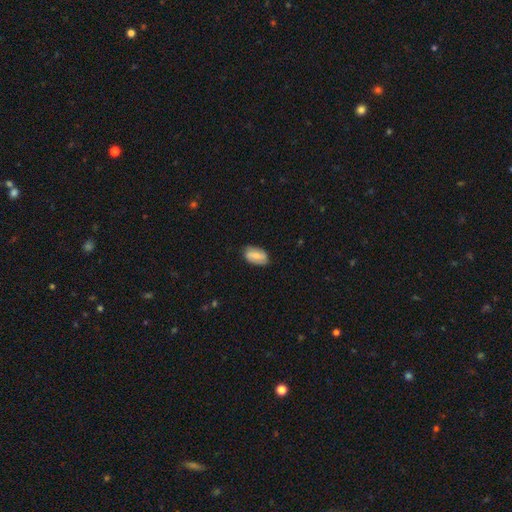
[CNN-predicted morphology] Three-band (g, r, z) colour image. It shows a smooth galaxy with no disk features (56%) that is in between round and cigar-shaped (92%). Merging: none (79%).